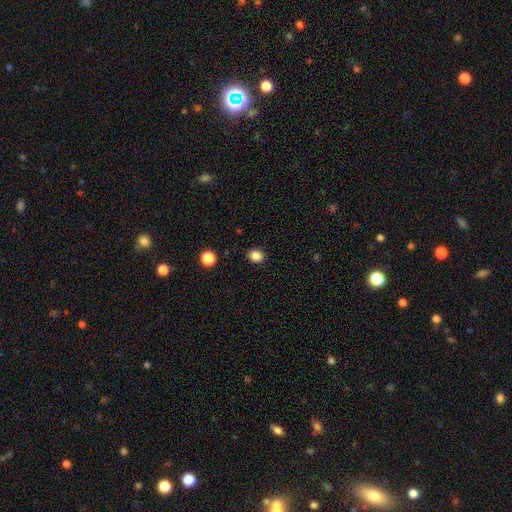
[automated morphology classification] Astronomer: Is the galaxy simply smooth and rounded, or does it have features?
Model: smooth — 85%.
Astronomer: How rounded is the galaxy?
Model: round — 58% (runner-up: in between, 41%).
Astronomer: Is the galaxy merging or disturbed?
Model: none — 89%.